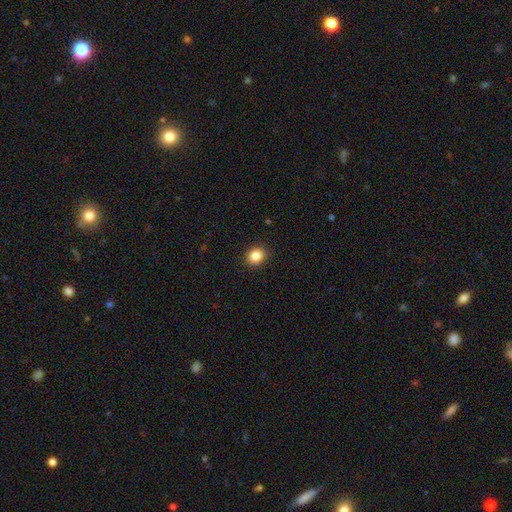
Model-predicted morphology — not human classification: The model was most divided on "how rounded": round: 67%, in between: 32%, cigar-shaped: 1%. More confident: merging — none (90%); smooth or featured — smooth (86%).